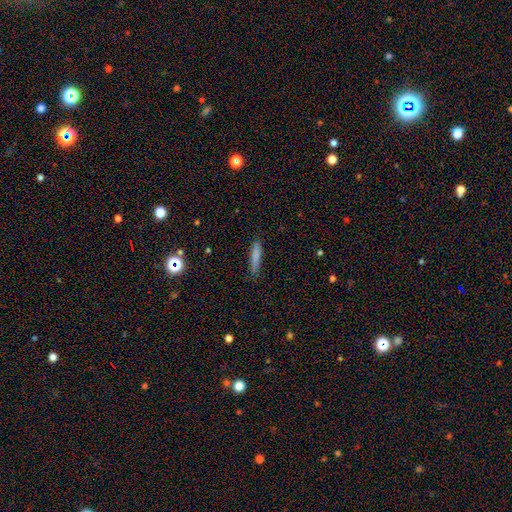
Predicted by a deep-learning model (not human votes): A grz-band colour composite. It shows a smooth galaxy with no disk features (80%) that is cigar-shaped (88%). Merging: none (85%).